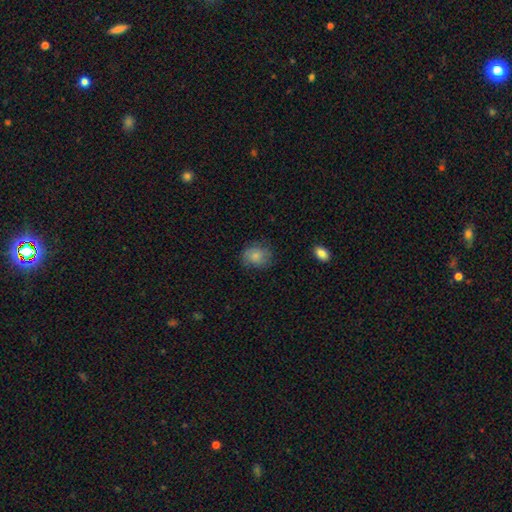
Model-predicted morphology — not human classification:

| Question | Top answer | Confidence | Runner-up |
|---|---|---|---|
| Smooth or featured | smooth | 78% | featured or disk (14%) |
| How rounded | round | 64% | in between (35%) |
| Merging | none | 71% | minor disturbance (21%) |